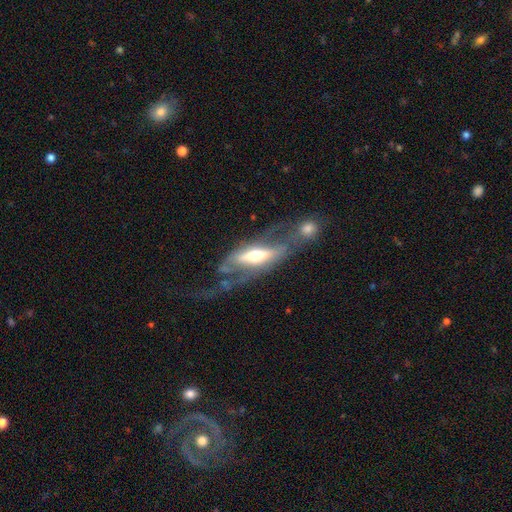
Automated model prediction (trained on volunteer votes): A featured or disk galaxy (72%).

Vote fractions:
- Smooth or featured? featured or disk: 72% / smooth: 23% / star or artifact: 5%
- Edge-on disk? no: 59% / yes: 41%
- Merging? none: 35% / major disturbance: 28% / merger: 19% / minor disturbance: 18%